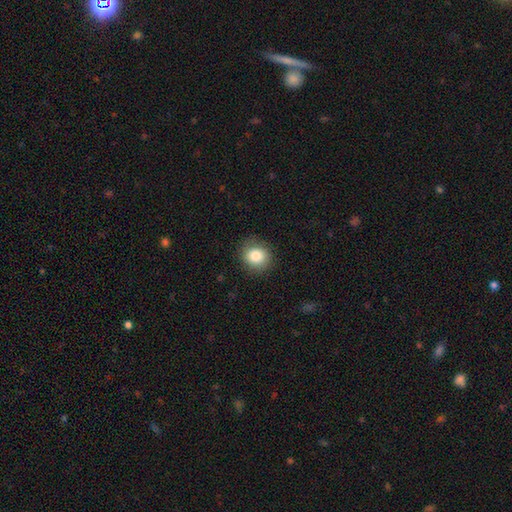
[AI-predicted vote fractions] The model was most divided on "how rounded": round: 83%, in between: 16%, cigar-shaped: 1%. More confident: merging — none (86%); smooth or featured — smooth (83%).